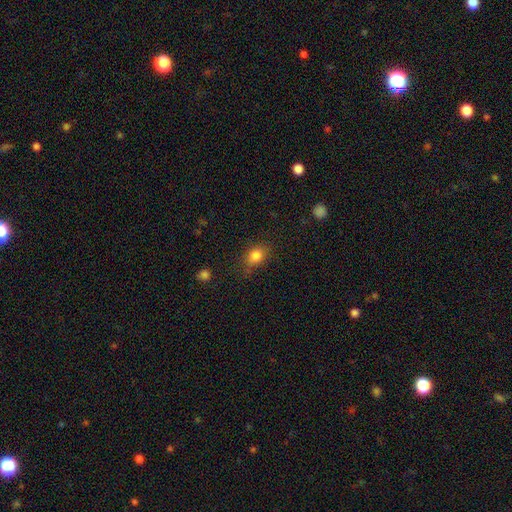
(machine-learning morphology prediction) This appears to be a smooth galaxy with no disk features (82%) that is in between round and cigar-shaped (65%). Merging: none (74%).